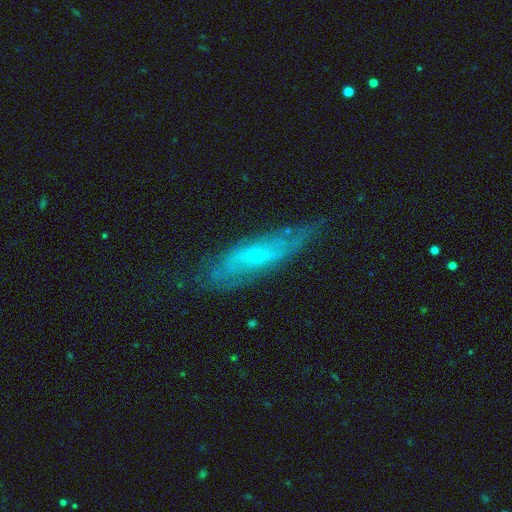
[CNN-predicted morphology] A featured or disk galaxy (65%).

Vote fractions:
- Smooth or featured? featured or disk: 65% / smooth: 26% / star or artifact: 9%
- Edge-on disk? no: 61% / yes: 39%
- Merging? none: 67% / minor disturbance: 24% / major disturbance: 8% / merger: 2%